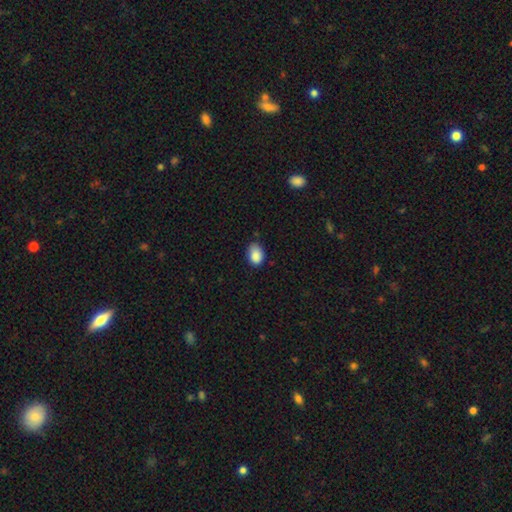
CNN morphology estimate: This appears to be a smooth galaxy with no disk features (87%) that is in between round and cigar-shaped (77%). Merging: none (62%).